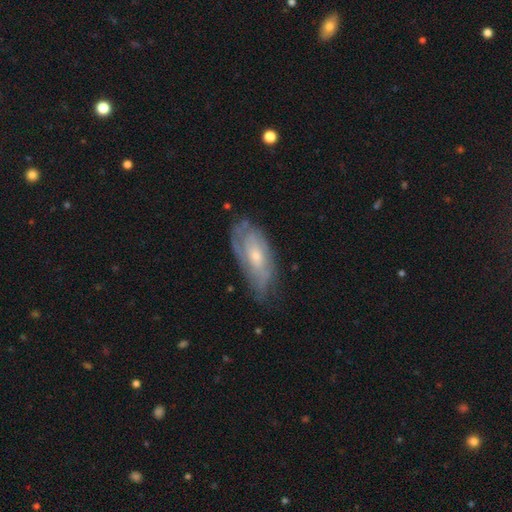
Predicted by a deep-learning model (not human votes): Smooth or featured: featured or disk — 64% (smooth — 30%)
Edge-on disk: no — 86% (yes — 14%)
Bar: no — 72% (weak — 23%)
Spiral arms: yes — 72% (no — 28%)
Bulge size: small — 57% (moderate — 37%)
Merging: none — 61% (minor disturbance — 27%)